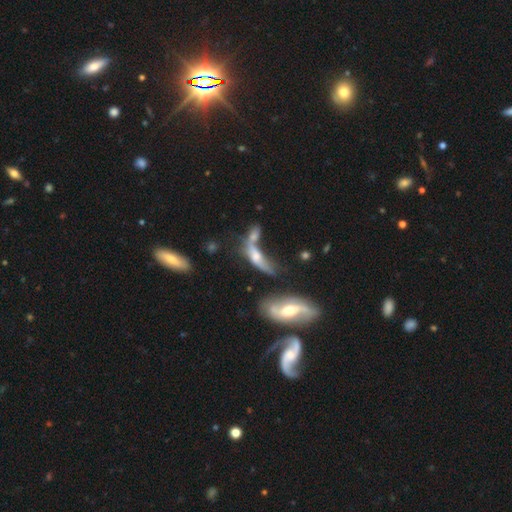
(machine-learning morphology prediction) The model was most divided on "smooth or featured": featured or disk: 53%, smooth: 36%, star or artifact: 11%. More confident: edge-on disk — no (59%); merging — merger (53%).